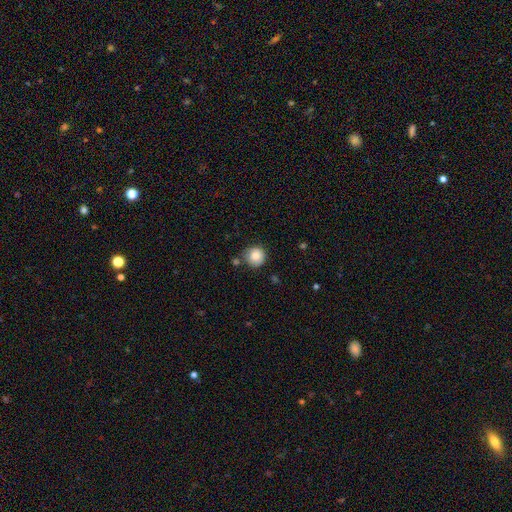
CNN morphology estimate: smooth_or_featured: smooth (p=0.84) [alt: star or artifact p=0.09]
how_rounded: round (p=0.94) [alt: in between p=0.05]
merging: none (p=0.79) [alt: minor disturbance p=0.13]